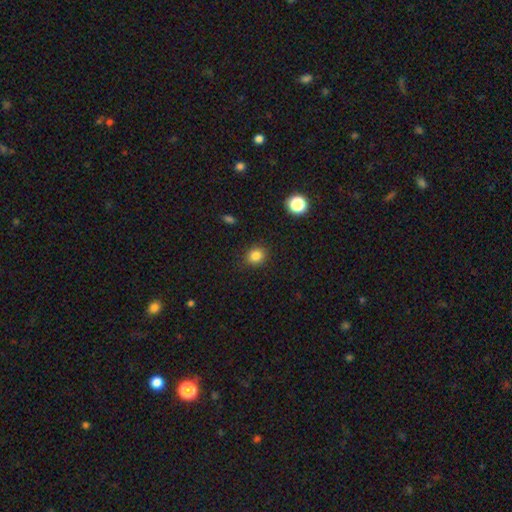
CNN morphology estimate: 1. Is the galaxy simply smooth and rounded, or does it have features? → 83% smooth, 12% star or artifact, 5% featured or disk.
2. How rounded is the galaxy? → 76% round, 23% in between, 1% cigar-shaped.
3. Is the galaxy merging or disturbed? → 88% none, 8% minor disturbance, 2% major disturbance, 1% merger.